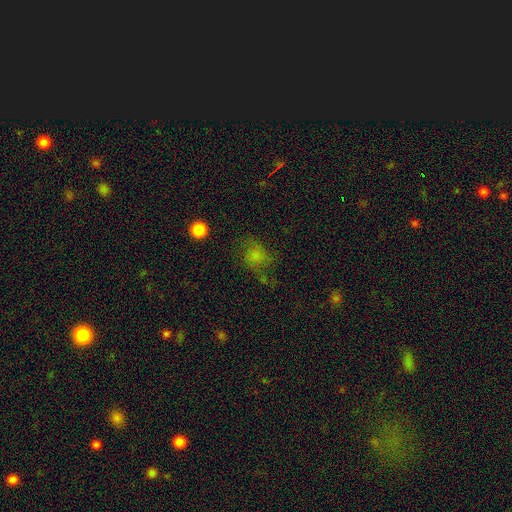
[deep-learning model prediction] A smooth galaxy with no disk features (61%) that is round (63%). Merging: none (51%).